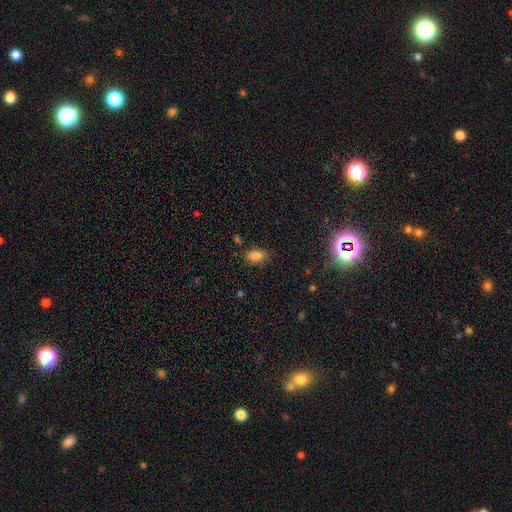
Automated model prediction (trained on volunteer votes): smooth 84%, star or artifact 11%, featured or disk 5%. Down the decision tree: how rounded — in between (85%); merging — none (76%).